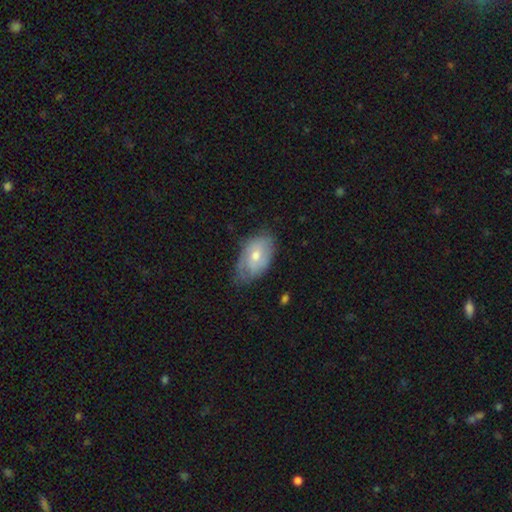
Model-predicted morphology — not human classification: A smooth galaxy with no disk features (50%) that is in between round and cigar-shaped (92%). Merging: none (56%).